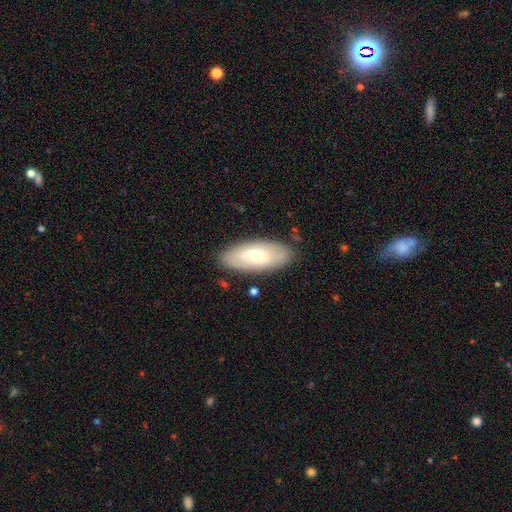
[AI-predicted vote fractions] smooth_or_featured: smooth (p=0.56) [alt: featured or disk p=0.38]
how_rounded: in between (p=0.85) [alt: cigar-shaped p=0.13]
merging: none (p=0.83) [alt: minor disturbance p=0.12]